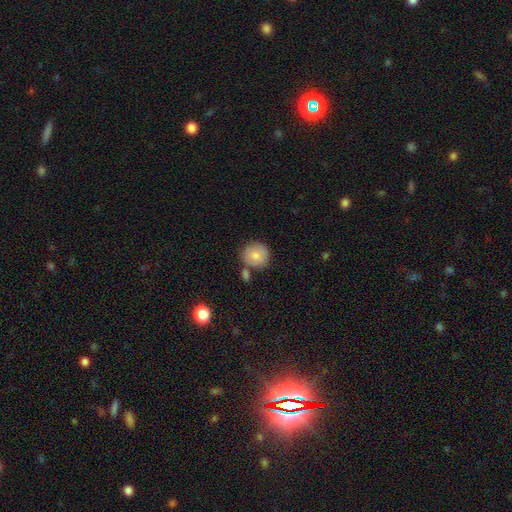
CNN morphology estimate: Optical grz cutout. It shows a smooth galaxy with no disk features (81%) that is round (89%). Merging: none (69%).